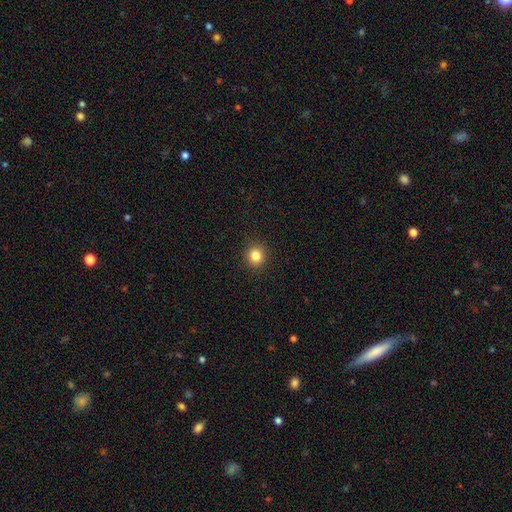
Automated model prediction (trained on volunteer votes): Smooth or featured?
  - smooth: 84% *
  - star or artifact: 11%
  - featured or disk: 5%
How rounded?
  - round: 87% *
  - in between: 12%
  - cigar-shaped: 1%
Merging?
  - none: 91% *
  - minor disturbance: 6%
  - major disturbance: 2%
  - merger: 1%